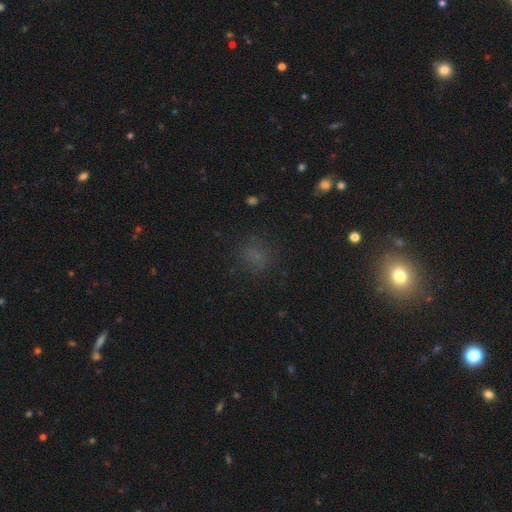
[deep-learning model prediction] This is likely a smooth galaxy (65%). How rounded: likely round (75%). Merging: likely none (77%).